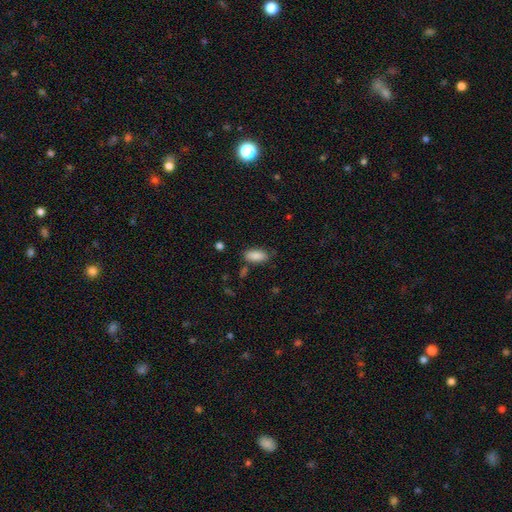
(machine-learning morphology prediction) Q: Smooth or featured?
A: smooth (87%); runner-up: star or artifact (7%)
Q: How rounded?
A: in between (89%); runner-up: cigar-shaped (9%)
Q: Merging?
A: none (78%); runner-up: minor disturbance (14%)